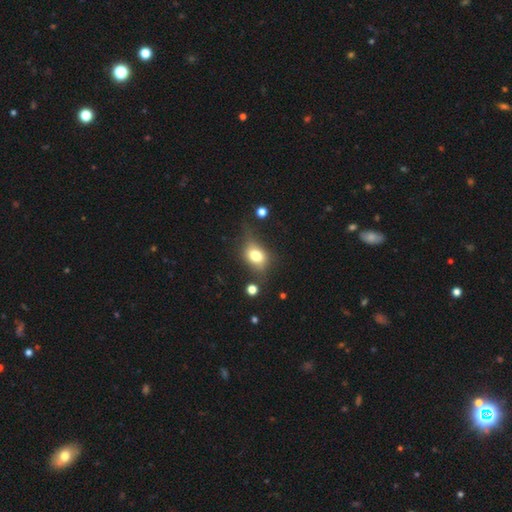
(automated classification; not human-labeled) Morphology: type=smooth (71%); roundness=in between (69%); merging=none (50%).